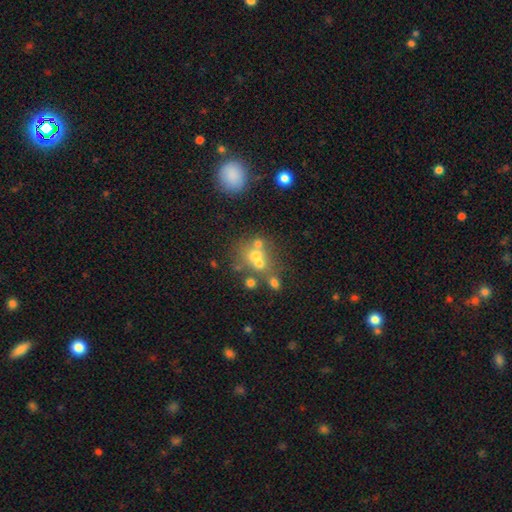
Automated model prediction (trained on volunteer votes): Smooth or featured: smooth — 52% (featured or disk — 28%)
How rounded: round — 76% (in between — 23%)
Merging: merger — 45% (none — 40%)